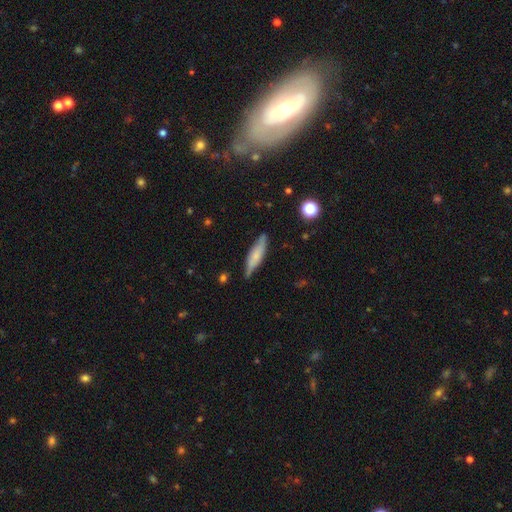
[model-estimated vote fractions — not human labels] Q: Smooth or featured?
A: smooth (57%); runner-up: featured or disk (36%)
Q: How rounded?
A: cigar-shaped (70%); runner-up: in between (28%)
Q: Merging?
A: none (77%); runner-up: minor disturbance (18%)